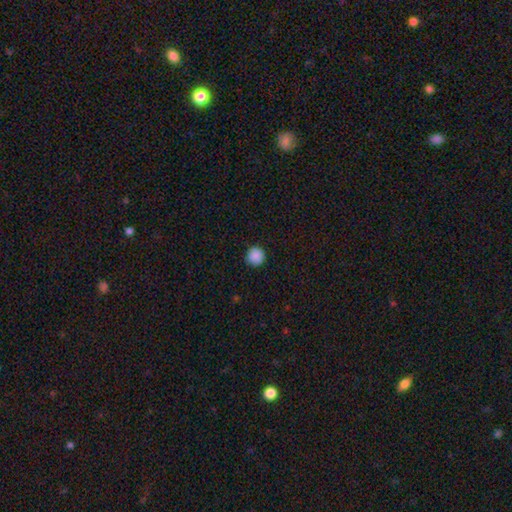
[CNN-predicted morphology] Smooth or featured?
  - smooth: 88% *
  - star or artifact: 9%
  - featured or disk: 3%
How rounded?
  - round: 95% *
  - in between: 4%
  - cigar-shaped: 1%
Merging?
  - none: 89% *
  - minor disturbance: 8%
  - major disturbance: 2%
  - merger: 1%